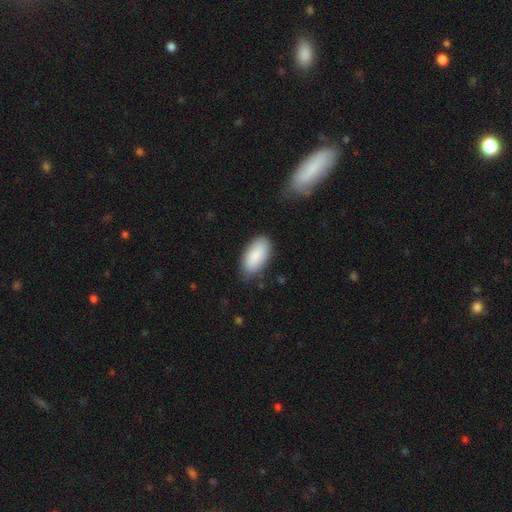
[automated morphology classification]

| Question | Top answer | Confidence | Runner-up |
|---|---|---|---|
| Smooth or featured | smooth | 87% | featured or disk (7%) |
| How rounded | in between | 94% | cigar-shaped (4%) |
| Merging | none | 81% | minor disturbance (15%) |